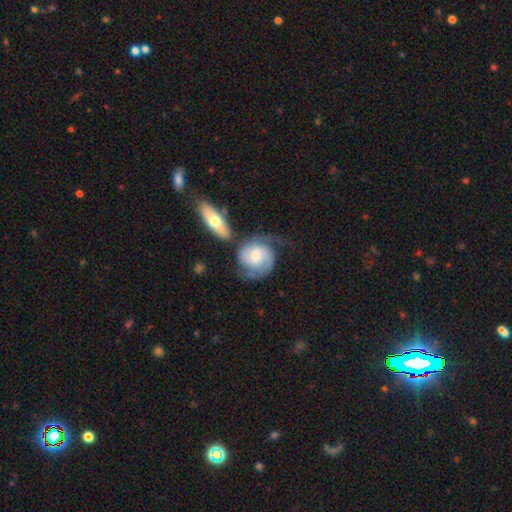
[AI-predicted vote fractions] Smooth or featured? Predicted: featured or disk (p=0.71). Edge-on disk? Predicted: no (p=0.97). Bar? Predicted: no (p=0.57). Spiral arms? Predicted: yes (p=0.93). Spiral winding? Predicted: tight (p=0.42, tied with medium). Spiral arm count? Predicted: 2 (p=0.73). Bulge size? Predicted: small (p=0.45). Merging? Predicted: none (p=0.46).